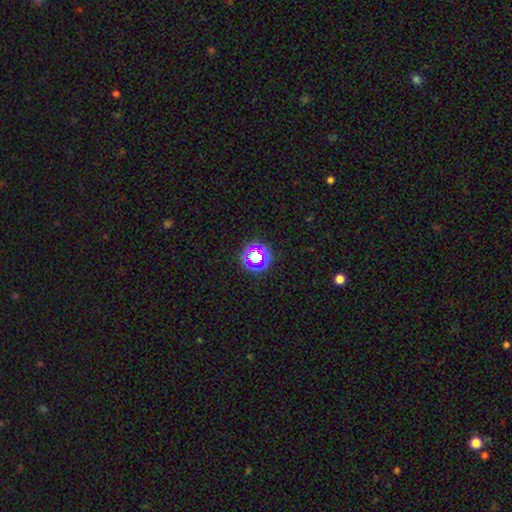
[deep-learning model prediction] Smooth or featured? Predicted: star or artifact (p=0.56).